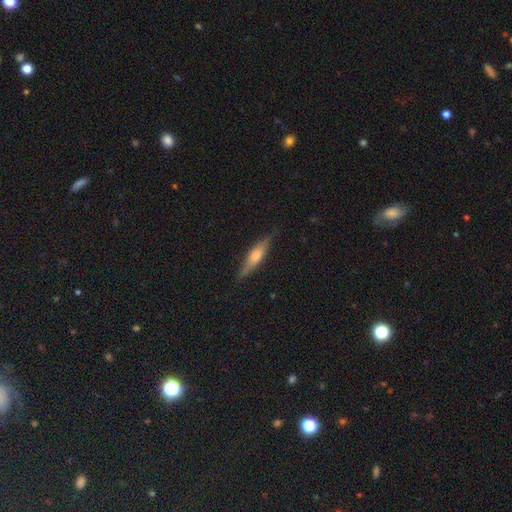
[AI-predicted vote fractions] A featured or disk galaxy (49%).

Vote fractions:
- Smooth or featured? featured or disk: 49% / smooth: 44% / star or artifact: 6%
- Merging? none: 83% / minor disturbance: 13% / major disturbance: 3% / merger: 1%